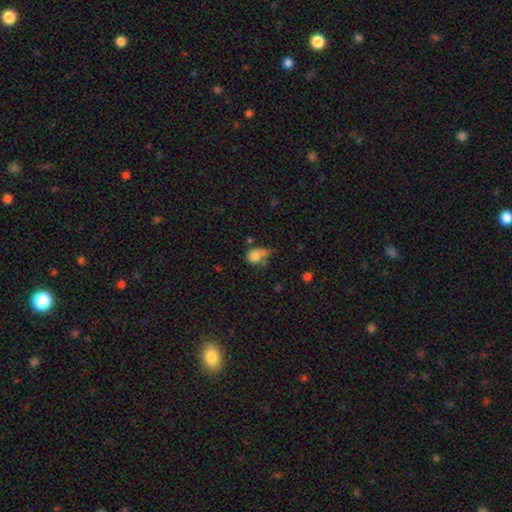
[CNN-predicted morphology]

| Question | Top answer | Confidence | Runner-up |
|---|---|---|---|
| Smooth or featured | smooth | 76% | featured or disk (12%) |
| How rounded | in between | 52% | round (46%) |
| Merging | none | 33% | minor disturbance (30%) |